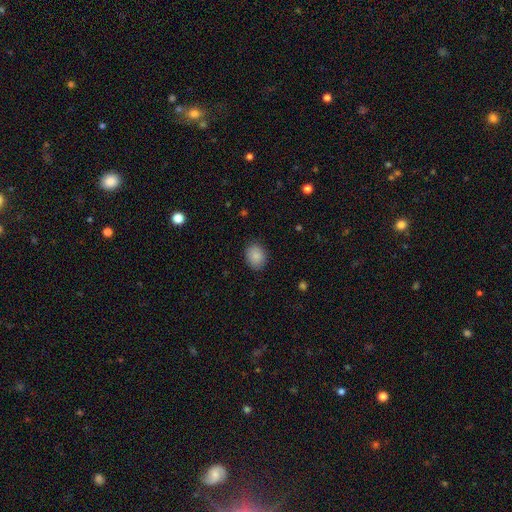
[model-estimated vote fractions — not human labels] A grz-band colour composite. It shows a smooth galaxy with no disk features (88%) that is in between round and cigar-shaped (53%). Merging: none (88%).